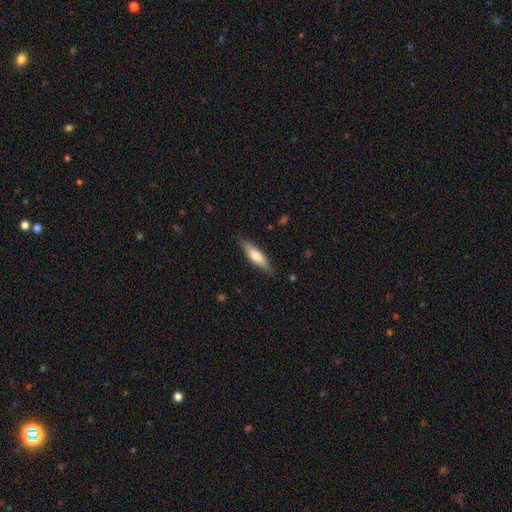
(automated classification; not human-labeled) Overall: smooth (65%; featured or disk 29%). How rounded: cigar-shaped (59%; in between 39%). Merging: none (85%).